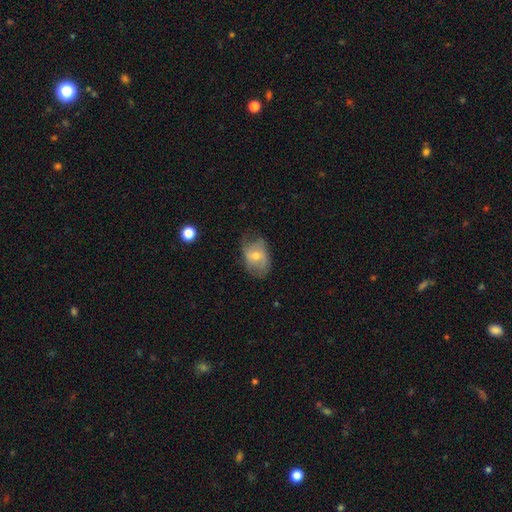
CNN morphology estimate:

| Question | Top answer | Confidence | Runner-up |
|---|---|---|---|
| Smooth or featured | smooth | 46% | tied: featured or disk (46%) |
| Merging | none | 55% | minor disturbance (30%) |